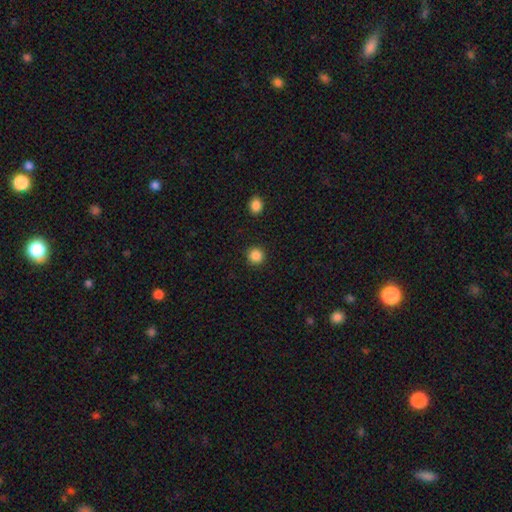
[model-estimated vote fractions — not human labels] A smooth galaxy with no disk features (87%) that is round (94%). Merging: none (92%).